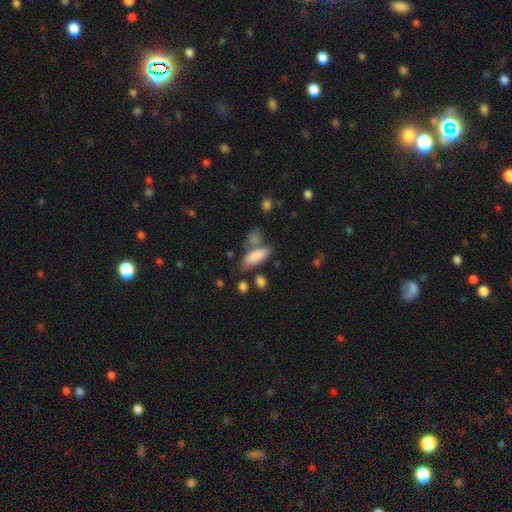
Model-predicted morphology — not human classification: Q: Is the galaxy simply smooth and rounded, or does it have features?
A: smooth — 84%.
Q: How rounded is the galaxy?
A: in between — 75%.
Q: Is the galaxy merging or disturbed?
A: none — 53%.